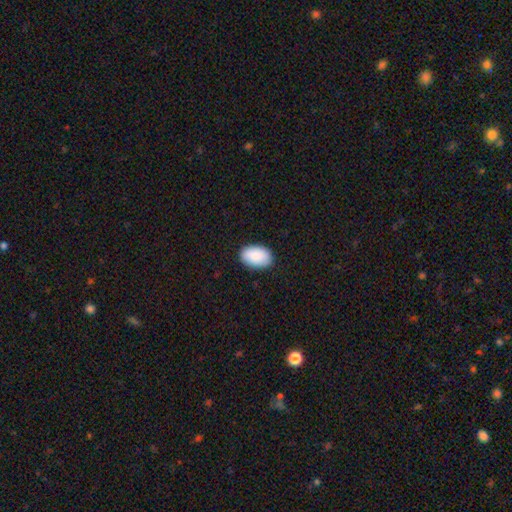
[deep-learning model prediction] Smooth or featured? smooth (89%)
How rounded? in between (92%)
Merging? none (87%)